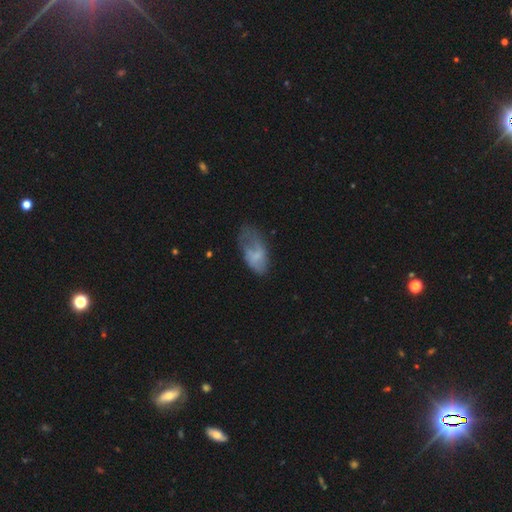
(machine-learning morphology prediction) Smooth or featured? Predicted: smooth (p=0.58). How rounded? Predicted: in between (p=0.93). Merging? Predicted: none (p=0.37).